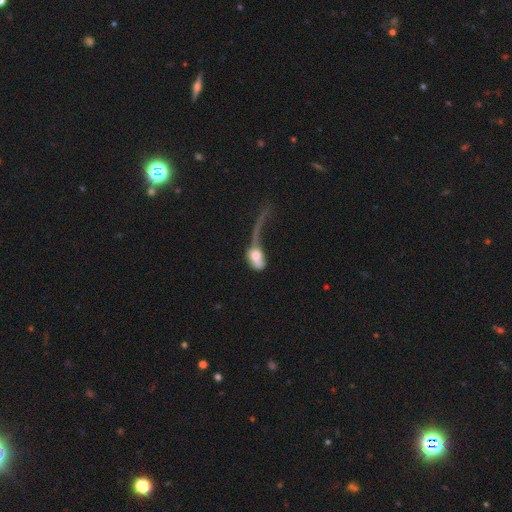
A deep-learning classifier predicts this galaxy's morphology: Smooth or featured?
  - smooth: 59% *
  - featured or disk: 33%
  - star or artifact: 8%
How rounded?
  - in between: 72% *
  - round: 21%
  - cigar-shaped: 7%
Merging?
  - major disturbance: 67% *
  - merger: 11%
  - none: 11%
  - minor disturbance: 10%